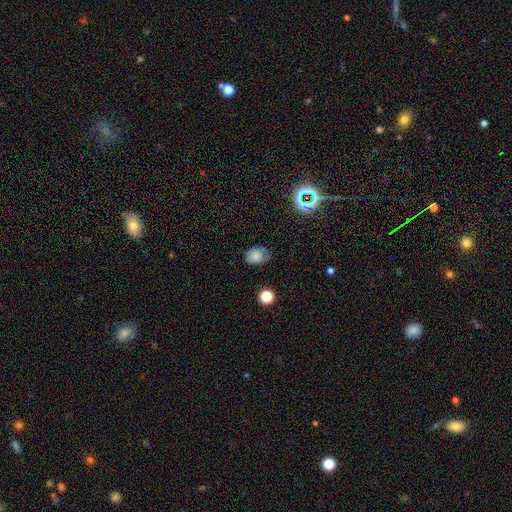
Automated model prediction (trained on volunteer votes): Morphology: type=smooth (77%); roundness=in between (64%); merging=none (59%).